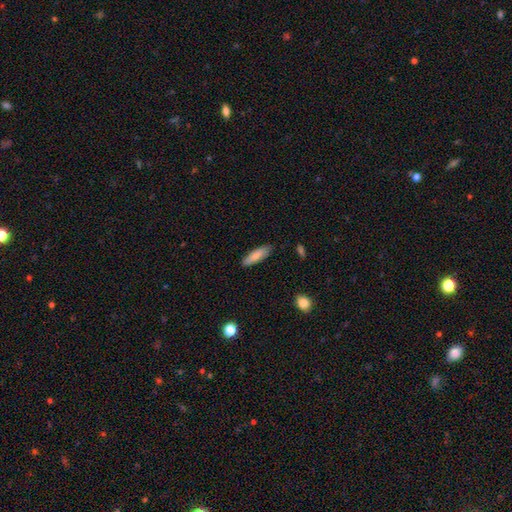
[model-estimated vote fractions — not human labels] Smooth or featured? Predicted: smooth (p=0.80). How rounded? Predicted: cigar-shaped (p=0.55). Merging? Predicted: none (p=0.86).